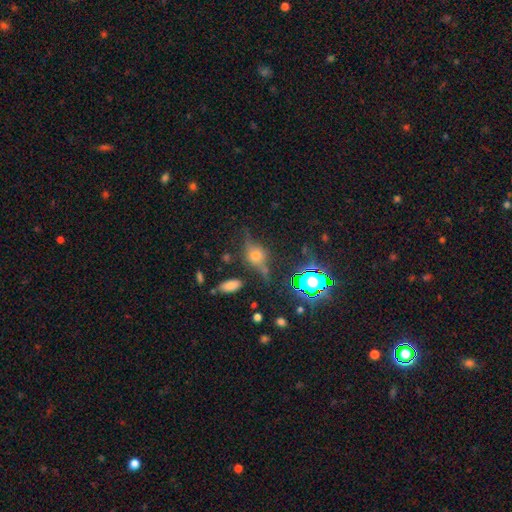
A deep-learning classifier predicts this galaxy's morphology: Smooth or featured: featured or disk — 46% (smooth — 30%)
Merging: none — 67% (minor disturbance — 20%)